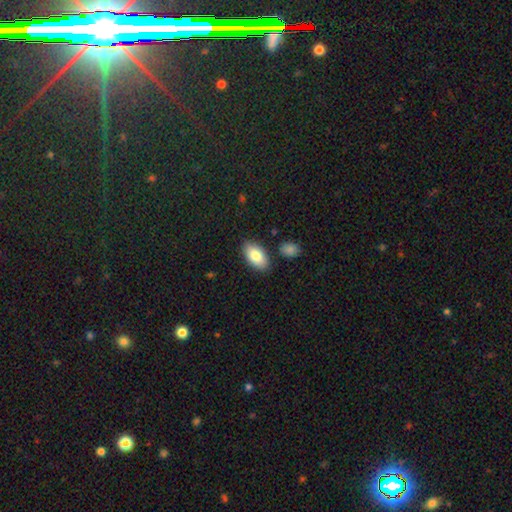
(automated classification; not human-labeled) Overall: smooth (83%). How rounded: in between (94%). Merging: none (85%).